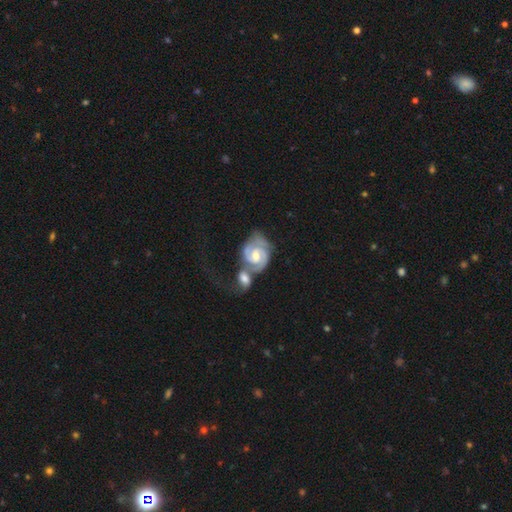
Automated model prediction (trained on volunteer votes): featured or disk 89%, smooth 7%, star or artifact 4%. Down the decision tree: edge-on disk — no (98%); bar — weak (48%); spiral arms — yes (97%); spiral arm count — 2 (82%); spiral winding — tight (55%); bulge size — moderate (64%); merging — merger (54%).